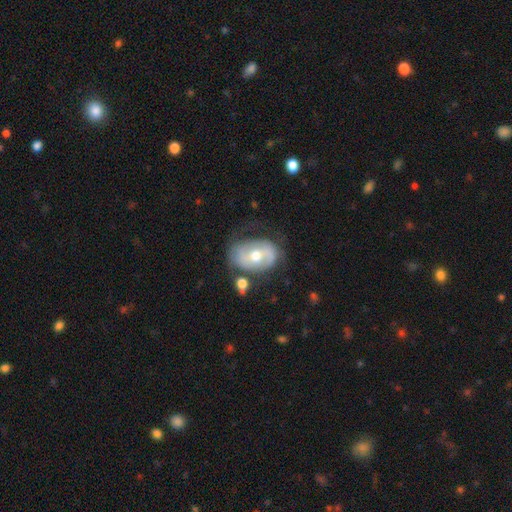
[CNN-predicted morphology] smooth_or_featured: featured or disk (p=0.64) [alt: smooth p=0.29]
disk_edge_on: no (p=0.95) [alt: yes p=0.05]
bar: no (p=0.40) [alt: weak p=0.38]
has_spiral_arms: yes (p=0.63) [alt: no p=0.37]
bulge_size: moderate (p=0.73) [alt: small p=0.20]
merging: none (p=0.57) [alt: minor disturbance p=0.24]